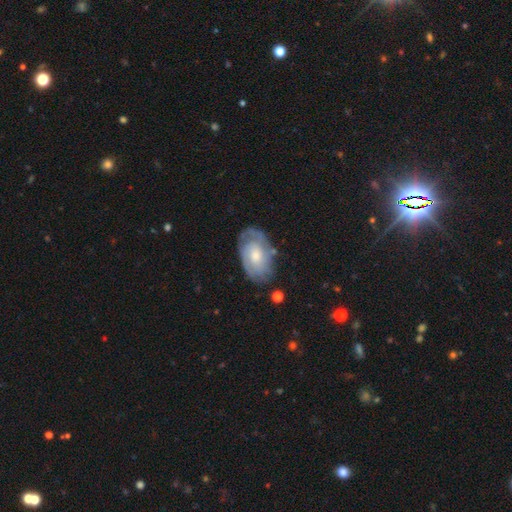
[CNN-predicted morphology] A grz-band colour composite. It shows a featured or disk galaxy (65%) with no bar (73%), spiral arms (80%) and a moderate central bulge (54%). Merging: none (69%).